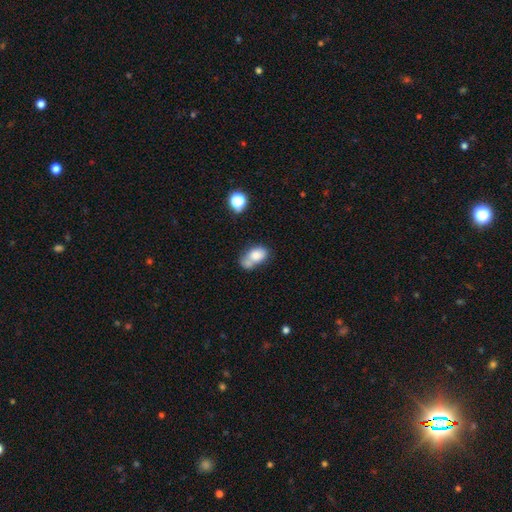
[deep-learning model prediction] Smooth or featured?
  - smooth: 77% *
  - featured or disk: 14%
  - star or artifact: 9%
How rounded?
  - in between: 81% *
  - round: 17%
  - cigar-shaped: 2%
Merging?
  - merger: 46% *
  - none: 30%
  - minor disturbance: 16%
  - major disturbance: 8%